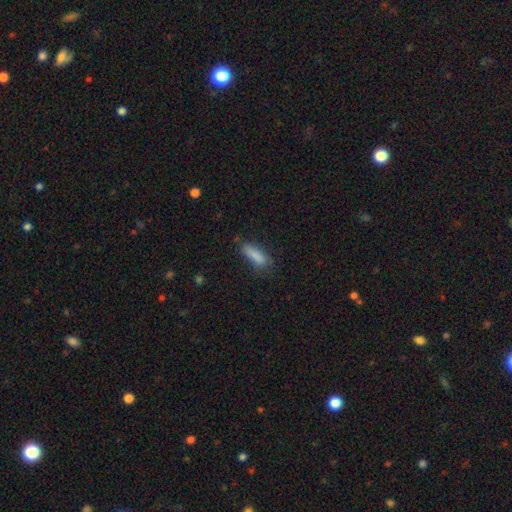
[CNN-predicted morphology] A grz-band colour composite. It shows a smooth galaxy with no disk features (84%) that is in between round and cigar-shaped (51%). Merging: none (63%).